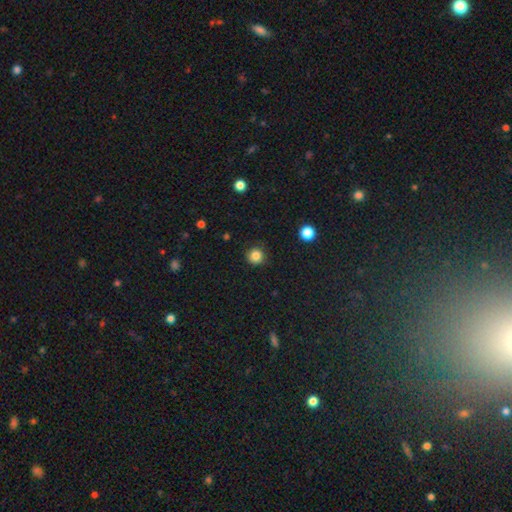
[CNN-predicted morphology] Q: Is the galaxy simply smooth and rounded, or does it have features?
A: smooth — 85%.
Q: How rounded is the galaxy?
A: round — 95%.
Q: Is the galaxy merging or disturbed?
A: none — 90%.